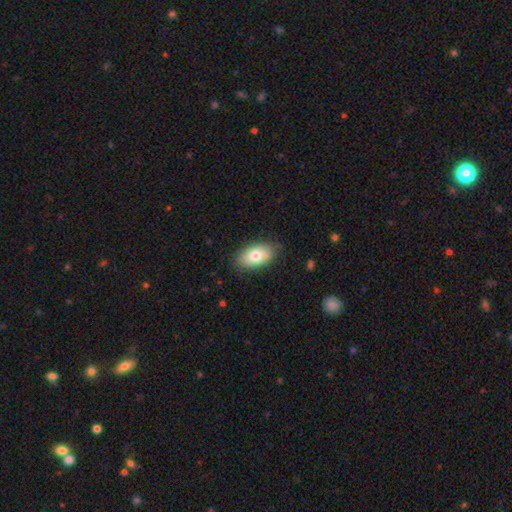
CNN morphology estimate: smooth-or-featured: smooth: 76% | featured or disk: 17% | star or artifact: 7%
  how-rounded: in between: 92% | round: 6% | cigar-shaped: 2%
  merging: none: 81% | minor disturbance: 14% | major disturbance: 3% | merger: 2%